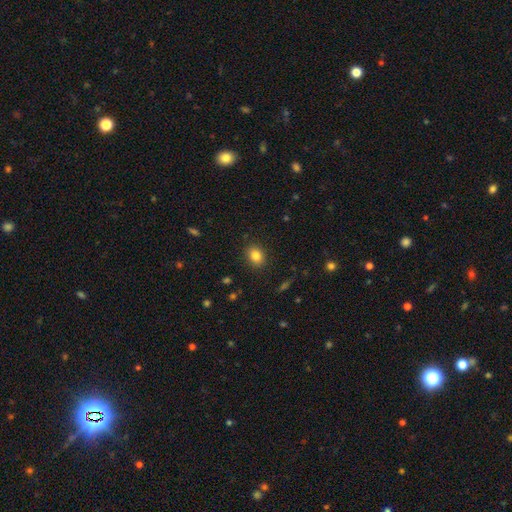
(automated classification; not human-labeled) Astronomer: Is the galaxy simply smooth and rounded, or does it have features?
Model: smooth — 84%.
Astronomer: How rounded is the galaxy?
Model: in between — 59% (runner-up: round, 40%).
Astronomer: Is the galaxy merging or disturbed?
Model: none — 88%.